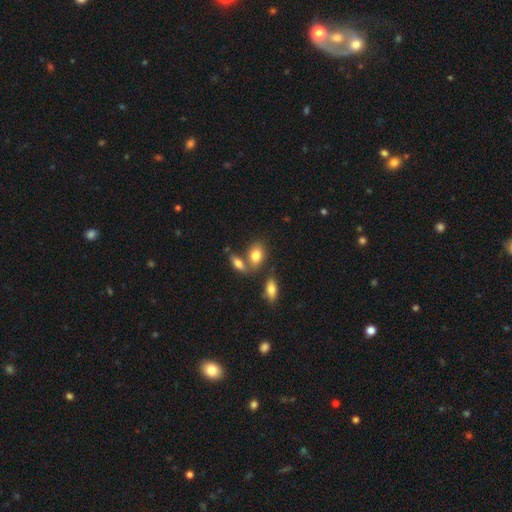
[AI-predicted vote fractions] smooth_or_featured: smooth (p=0.80) [alt: featured or disk p=0.12]
how_rounded: in between (p=0.80) [alt: round p=0.18]
merging: none (p=0.46) [alt: merger p=0.38]